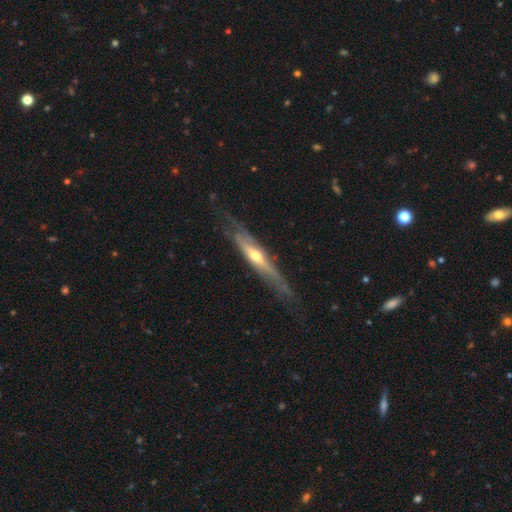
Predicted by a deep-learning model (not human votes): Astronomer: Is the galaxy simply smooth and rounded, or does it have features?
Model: featured or disk — 74%.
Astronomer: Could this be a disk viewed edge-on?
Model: yes — 79%.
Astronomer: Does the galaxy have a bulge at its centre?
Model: rounded — 80%.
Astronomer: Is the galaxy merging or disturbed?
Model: none — 66%.